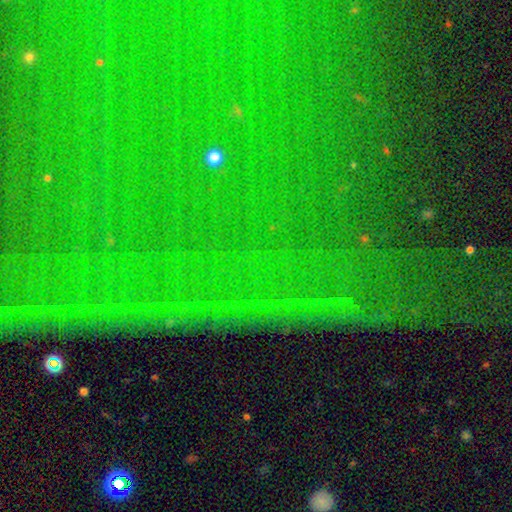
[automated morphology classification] smooth_or_featured: star or artifact (p=0.84) [alt: featured or disk p=0.08]